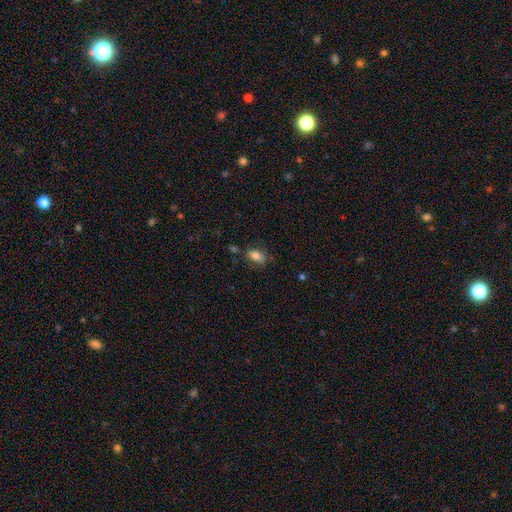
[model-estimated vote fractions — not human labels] Smooth or featured?
  - smooth: 81% *
  - featured or disk: 10%
  - star or artifact: 9%
How rounded?
  - in between: 87% *
  - cigar-shaped: 7%
  - round: 6%
Merging?
  - none: 70% *
  - minor disturbance: 18%
  - merger: 6%
  - major disturbance: 5%